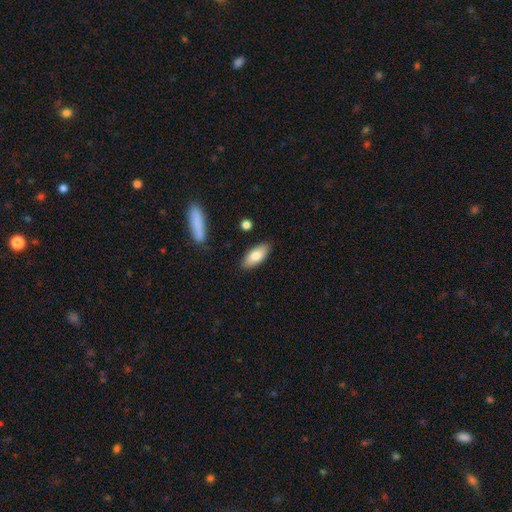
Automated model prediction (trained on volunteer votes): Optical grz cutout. It shows a smooth galaxy with no disk features (79%) that is in between round and cigar-shaped (83%). Merging: none (86%).